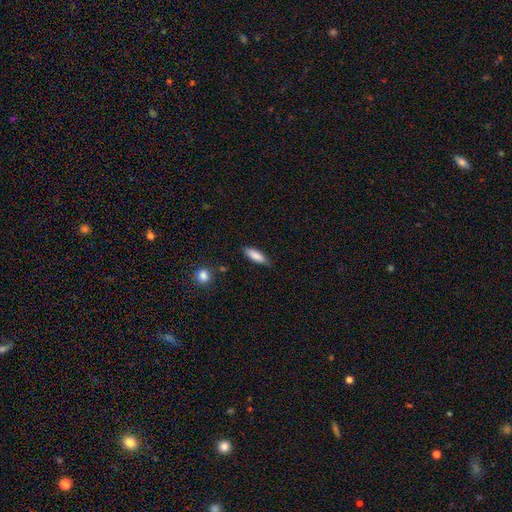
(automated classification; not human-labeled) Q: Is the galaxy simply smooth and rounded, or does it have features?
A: smooth — 85%.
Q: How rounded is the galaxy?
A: in between — 57%.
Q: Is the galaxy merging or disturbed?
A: none — 80%.